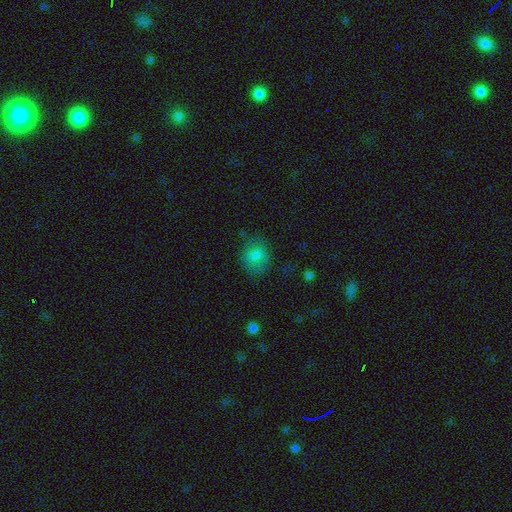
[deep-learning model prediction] Smooth or featured? smooth (77%)
How rounded? round (54%)
Merging? none (70%)